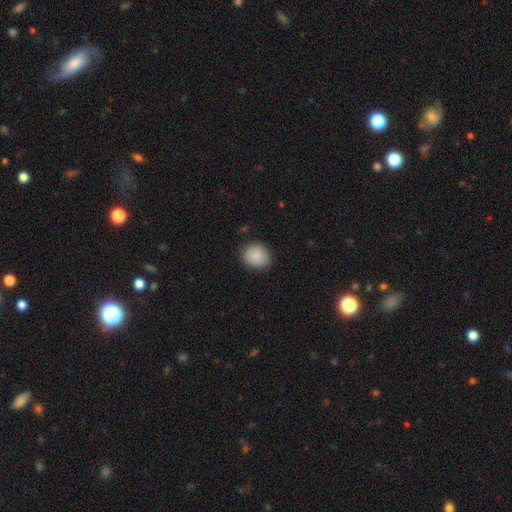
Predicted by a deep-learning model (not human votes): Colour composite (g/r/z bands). It shows a smooth galaxy with no disk features (89%) that is round (75%). Merging: none (87%).